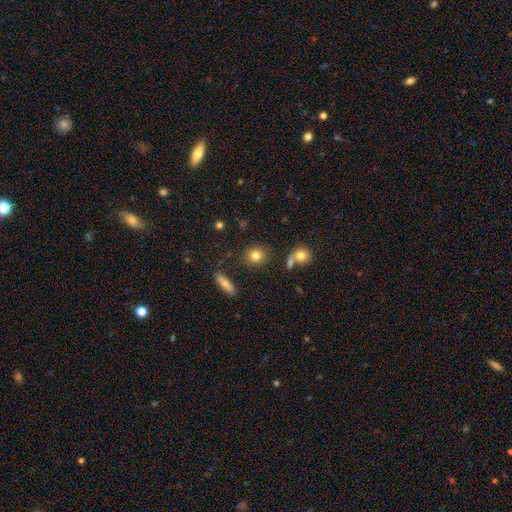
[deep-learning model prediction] smooth-or-featured: smooth: 81% | star or artifact: 11% | featured or disk: 8%
  how-rounded: round: 81% | in between: 17% | cigar-shaped: 2%
  merging: none: 84% | minor disturbance: 8% | merger: 5% | major disturbance: 3%